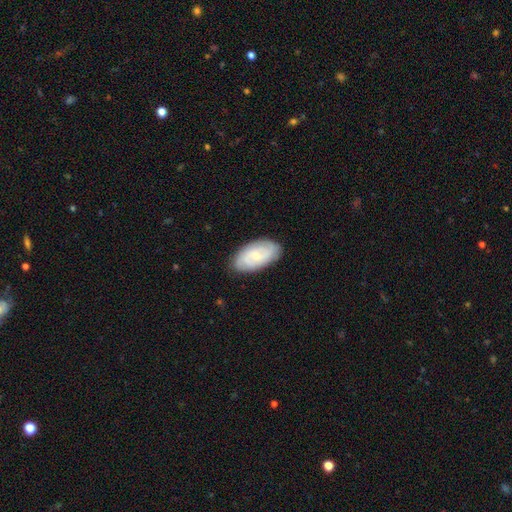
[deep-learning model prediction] Morphology: type=featured or disk (58%); edge-on=no (94%); bar=no (65%); spiral arms=yes (85%); bulge=small (68%); merging=none (84%).